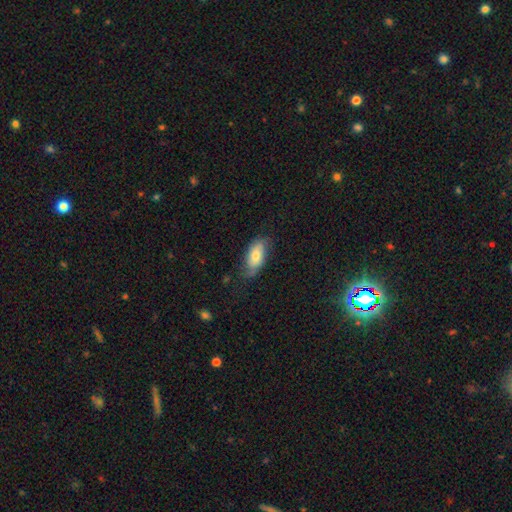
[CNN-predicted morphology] A smooth galaxy with no disk features (63%) that is in between round and cigar-shaped (89%).

Vote fractions:
- Smooth or featured? smooth: 63% / featured or disk: 30% / star or artifact: 7%
- How rounded? in between: 89% / cigar-shaped: 8% / round: 3%
- Merging? none: 62% / minor disturbance: 28% / major disturbance: 9% / merger: 2%